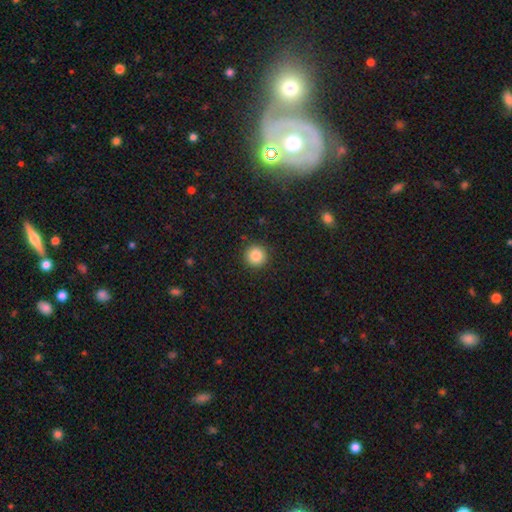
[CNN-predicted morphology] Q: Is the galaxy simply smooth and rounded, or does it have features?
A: smooth — 85%.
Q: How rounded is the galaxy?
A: round — 95%.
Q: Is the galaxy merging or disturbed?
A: none — 91%.